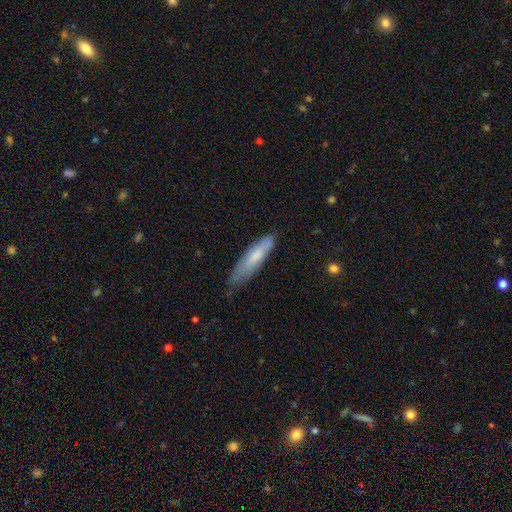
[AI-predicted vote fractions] Smooth or featured? smooth (65%)
How rounded? cigar-shaped (73%)
Merging? none (54%)